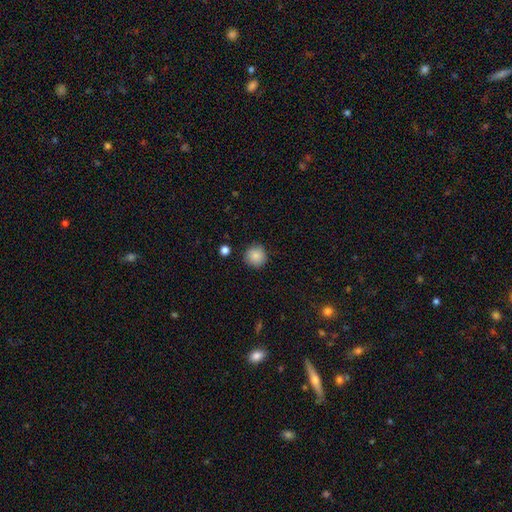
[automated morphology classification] type=smooth (87%); roundness=round (94%); merging=none (89%).